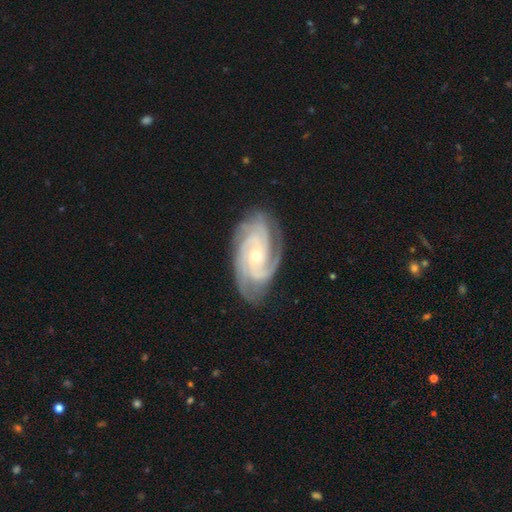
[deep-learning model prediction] This is clearly a featured or disk galaxy (91%). It is clearly not viewed edge-on (97%). Bar: likely no (70%). Spiral arm pattern: clearly yes (98%). Spiral arm count: marginally 3 (42%). Spiral winding: likely tight (66%). Central bulge: likely small (63%). Merging: likely none (78%).